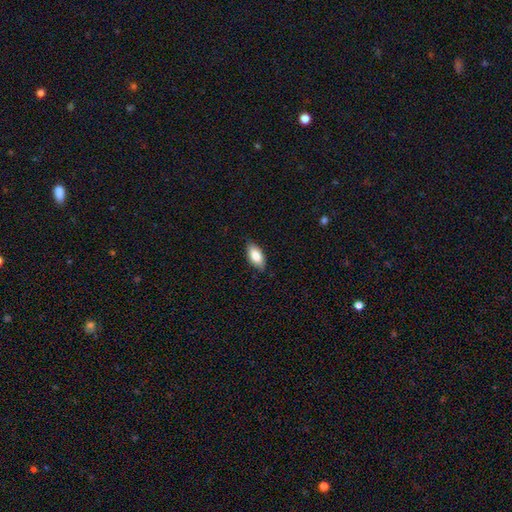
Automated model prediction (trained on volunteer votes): Smooth or featured? Predicted: smooth (p=0.82). How rounded? Predicted: in between (p=0.89). Merging? Predicted: none (p=0.84).